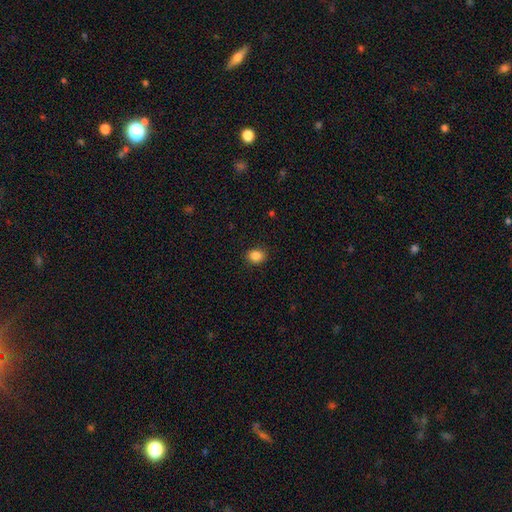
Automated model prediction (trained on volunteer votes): Smooth or featured? Predicted: smooth (p=0.86). How rounded? Predicted: round (p=0.59). Merging? Predicted: none (p=0.89).